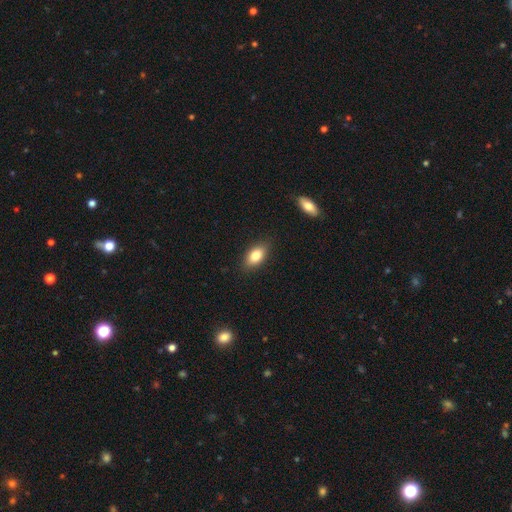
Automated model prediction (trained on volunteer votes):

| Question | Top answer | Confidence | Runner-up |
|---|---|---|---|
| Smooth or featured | smooth | 81% | featured or disk (11%) |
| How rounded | in between | 88% | round (8%) |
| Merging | none | 87% | minor disturbance (10%) |